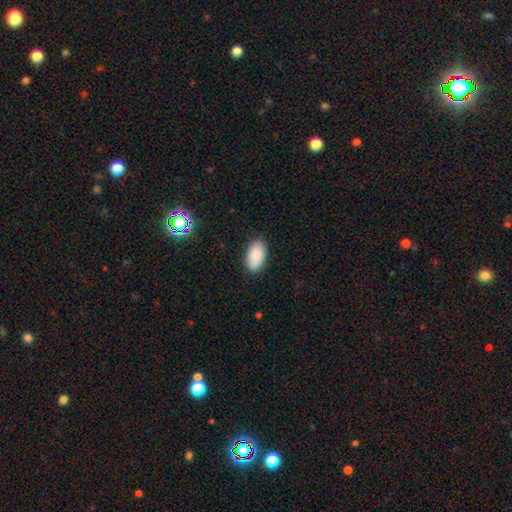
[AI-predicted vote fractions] smooth 88%, star or artifact 7%, featured or disk 6%. Down the decision tree: how rounded — in between (95%); merging — none (87%).